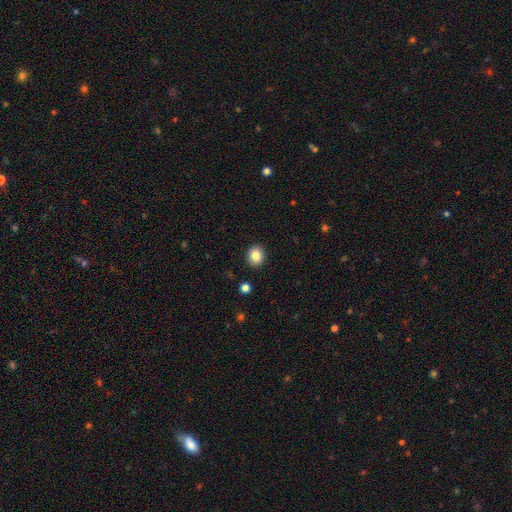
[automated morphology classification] Smooth or featured? Predicted: smooth (p=0.85). How rounded? Predicted: round (p=0.66). Merging? Predicted: none (p=0.91).